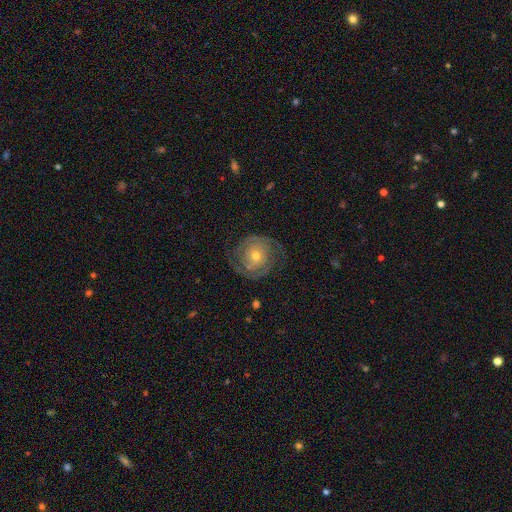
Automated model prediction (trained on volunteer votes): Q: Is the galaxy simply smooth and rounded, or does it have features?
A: featured or disk — 81%.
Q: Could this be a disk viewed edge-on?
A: no — 97%.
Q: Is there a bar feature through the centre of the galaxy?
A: no — 76%.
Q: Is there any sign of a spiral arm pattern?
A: yes — 92%.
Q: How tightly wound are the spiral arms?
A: tight — 57%.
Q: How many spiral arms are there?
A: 2 — 71%.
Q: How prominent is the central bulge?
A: small — 48%.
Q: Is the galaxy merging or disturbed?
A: none — 74%.